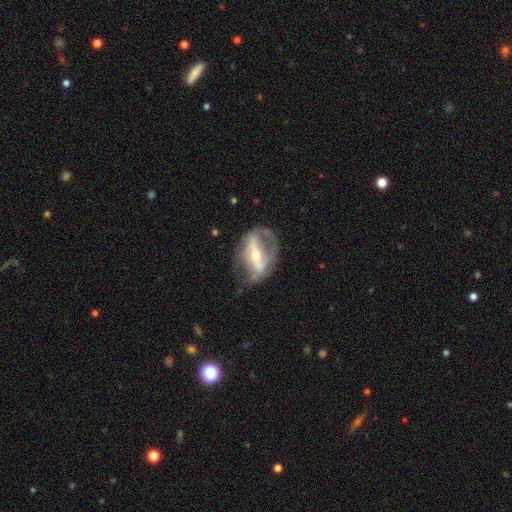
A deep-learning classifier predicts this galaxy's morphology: smooth-or-featured: featured or disk: 78% | smooth: 15% | star or artifact: 6%
  disk-edge-on: no: 92% | yes: 8%
    bar: strong: 56% | weak: 25% | no: 19%
    has-spiral-arms: yes: 71% | no: 29%
      spiral-winding: medium: 40% | loose: 34% | tight: 25%
      spiral-arm-count: 2: 66% | can't tell: 17% | 1: 11% | 3: 3% | 4: 1% | more than 4: 1%
    bulge-size: moderate: 52% | small: 43% | large: 3% | none: 1% | dominant: 1%
  merging: none: 51% | minor disturbance: 24% | major disturbance: 22% | merger: 2%